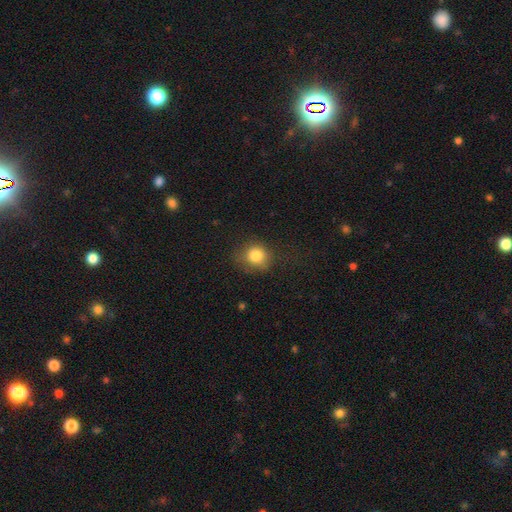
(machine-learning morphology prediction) Q: Smooth or featured?
A: smooth (82%); runner-up: star or artifact (11%)
Q: How rounded?
A: round (80%); runner-up: in between (19%)
Q: Merging?
A: none (68%); runner-up: minor disturbance (21%)